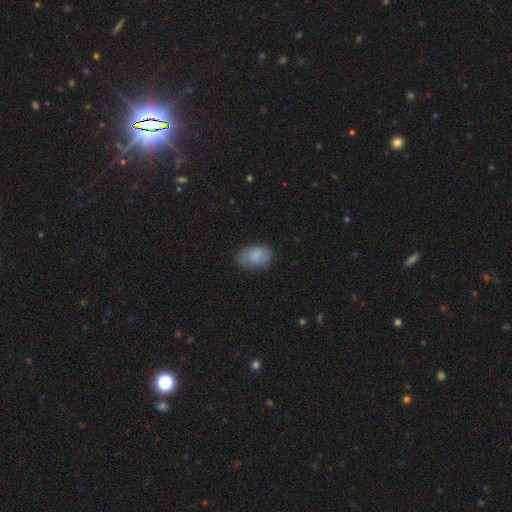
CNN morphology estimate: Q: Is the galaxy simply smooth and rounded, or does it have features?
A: smooth — 80%.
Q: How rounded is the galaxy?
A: in between — 87%.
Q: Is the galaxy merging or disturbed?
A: none — 74%.